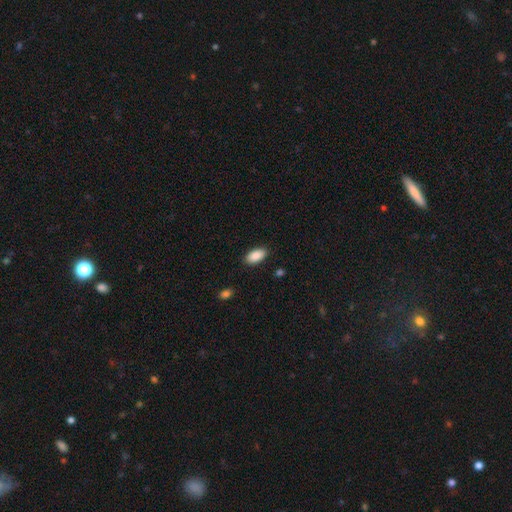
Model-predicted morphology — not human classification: smooth 90%, star or artifact 7%, featured or disk 3%. Down the decision tree: how rounded — in between (94%); merging — none (88%).